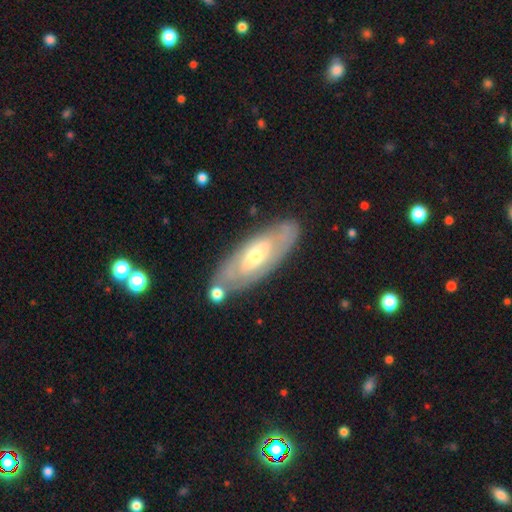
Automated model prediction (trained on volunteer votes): This is likely a featured or disk galaxy (67%). It is likely not viewed edge-on (80%). Bar: possibly no (53%). Spiral arm pattern: possibly yes (54%). Central bulge: possibly moderate (57%). Merging: likely none (79%).